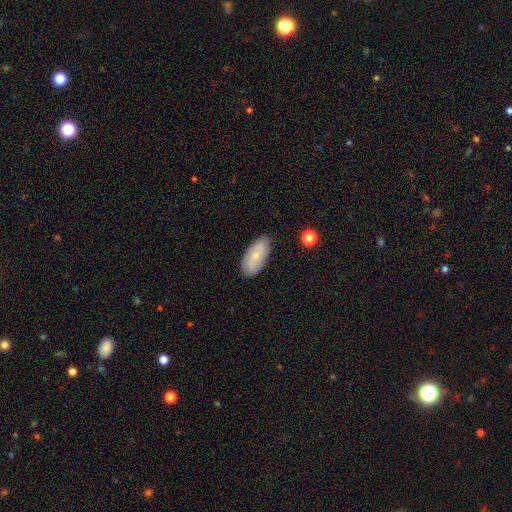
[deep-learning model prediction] This appears to be a smooth galaxy with no disk features (68%) that is in between round and cigar-shaped (91%). Merging: none (81%).